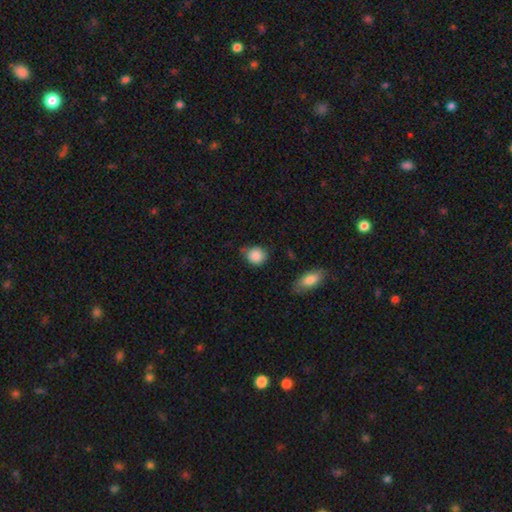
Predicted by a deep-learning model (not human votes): Smooth or featured: smooth — 87% (star or artifact — 8%)
How rounded: round — 78% (in between — 21%)
Merging: none — 59% (minor disturbance — 31%)